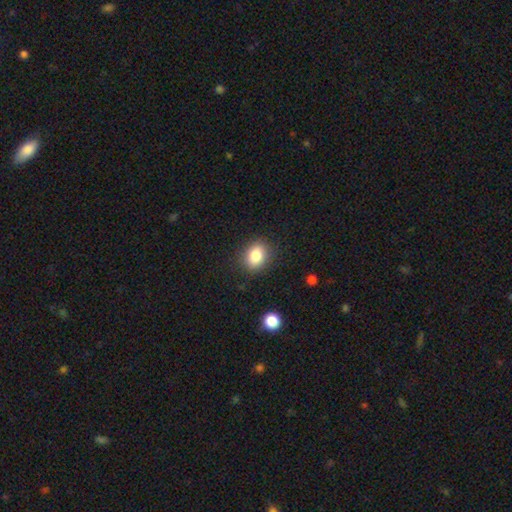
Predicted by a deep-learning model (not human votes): Smooth or featured?
  - smooth: 84% *
  - star or artifact: 10%
  - featured or disk: 6%
How rounded?
  - in between: 52% *
  - round: 47%
  - cigar-shaped: 1%
Merging?
  - none: 87% *
  - minor disturbance: 9%
  - major disturbance: 3%
  - merger: 1%